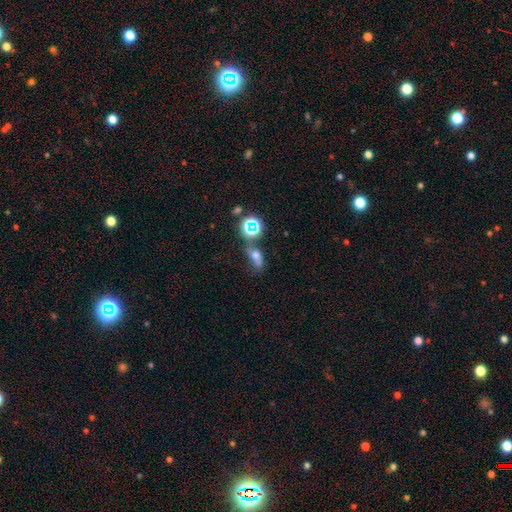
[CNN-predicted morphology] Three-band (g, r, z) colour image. It shows a smooth galaxy with no disk features (50%). Merging: none (42%).